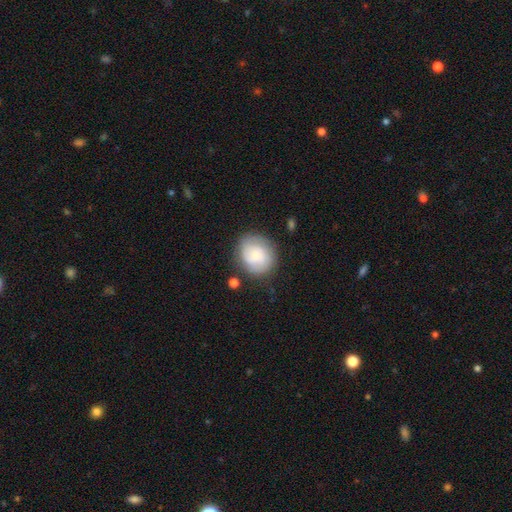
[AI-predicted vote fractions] smooth-or-featured: smooth: 61% | featured or disk: 31% | star or artifact: 8%
  how-rounded: round: 74% | in between: 26% | cigar-shaped: 1%
  merging: none: 73% | minor disturbance: 17% | major disturbance: 6% | merger: 3%